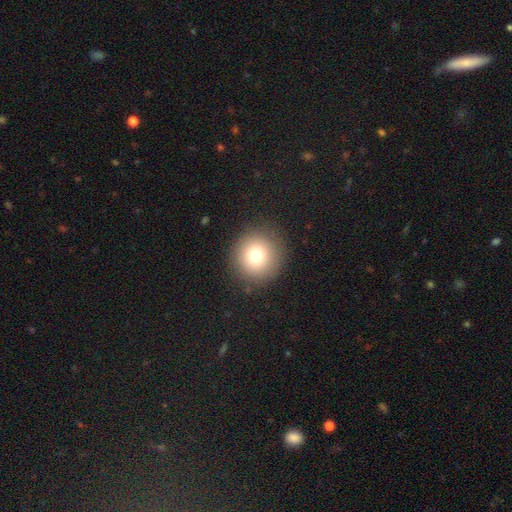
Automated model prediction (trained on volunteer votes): A smooth galaxy with no disk features (76%) that is round (93%). Merging: none (89%).